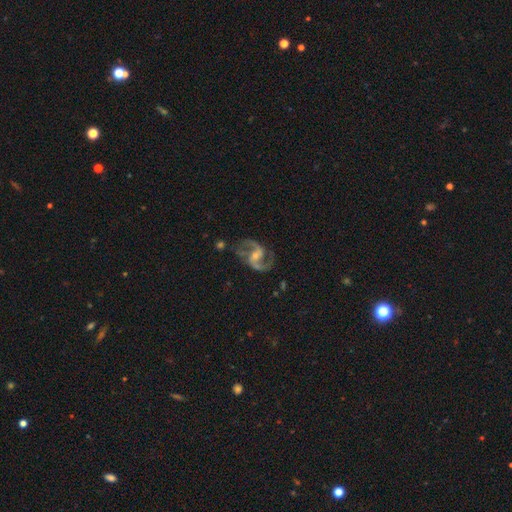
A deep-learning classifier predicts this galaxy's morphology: Overall: featured or disk (91%). Edge-on disk: no (98%). Bar: weak (47%; strong 26%). Spiral arms: yes (97%). Spiral arm count: 2 (93%). Spiral winding: medium (55%; loose 36%). Bulge size: small (56%; moderate 34%). Merging: none (72%).